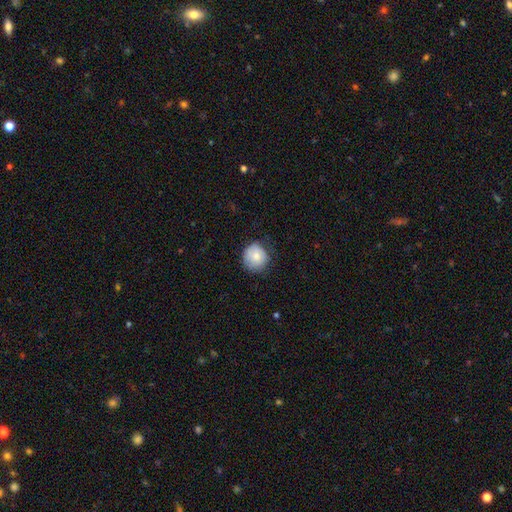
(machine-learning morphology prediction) Smooth or featured? Predicted: smooth (p=0.78). How rounded? Predicted: round (p=0.90). Merging? Predicted: none (p=0.69).